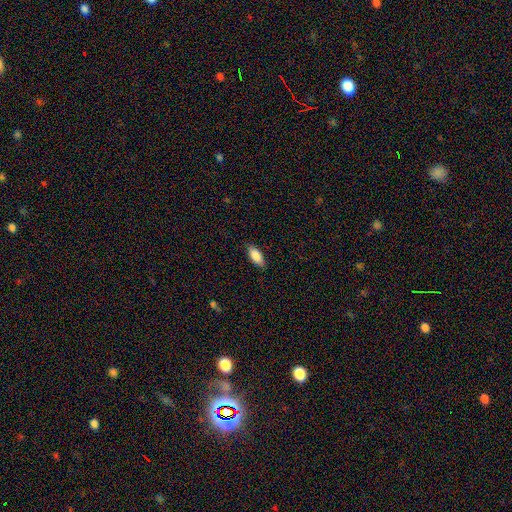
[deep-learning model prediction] This appears to be a smooth galaxy with no disk features (86%) that is in between round and cigar-shaped (86%). Merging: none (85%).